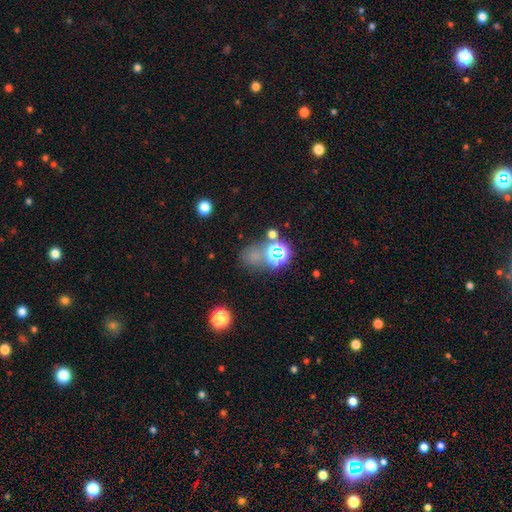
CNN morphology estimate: Smooth or featured?
  - smooth: 47% *
  - star or artifact: 43%
  - featured or disk: 10%
Merging?
  - none: 55% *
  - merger: 16%
  - minor disturbance: 15%
  - major disturbance: 14%